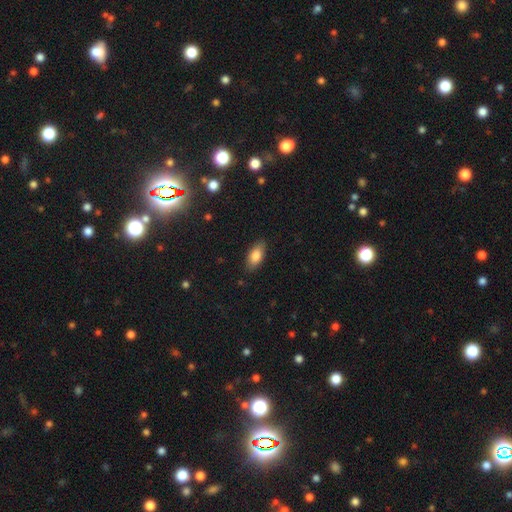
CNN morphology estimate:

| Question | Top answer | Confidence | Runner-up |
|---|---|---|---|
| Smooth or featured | smooth | 82% | featured or disk (11%) |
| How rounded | in between | 90% | cigar-shaped (7%) |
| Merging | none | 86% | minor disturbance (11%) |